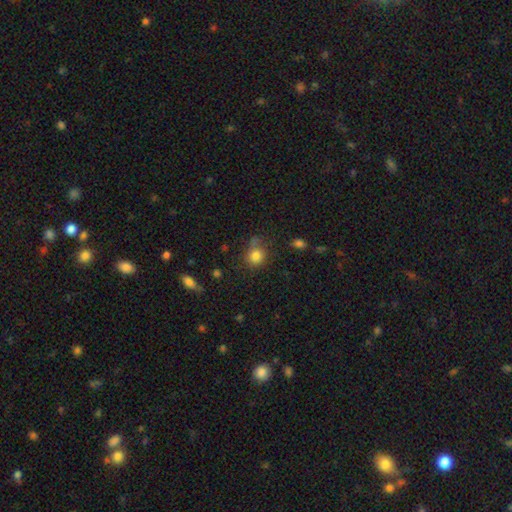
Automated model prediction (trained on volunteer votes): The model was most divided on "merging": none: 63%, minor disturbance: 22%, major disturbance: 8%, merger: 7%. More confident: smooth or featured — smooth (82%); how rounded — round (79%).